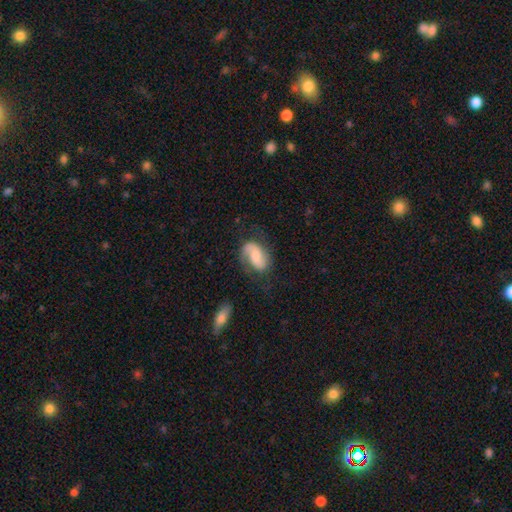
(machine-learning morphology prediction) A featured or disk galaxy (64%) with no bar (49%), 2 (75%) medium (42%) spiral arms (92%) and a moderate central bulge (38%).

Vote fractions:
- Smooth or featured? featured or disk: 64% / smooth: 29% / star or artifact: 7%
- Edge-on disk? no: 97% / yes: 3%
- Bar? no: 49% / weak: 39% / strong: 12%
- Spiral arms? yes: 92% / no: 8%
- Spiral winding? medium: 42% / loose: 41% / tight: 17%
- Spiral arm count? 2: 75% / 1: 17% / can't tell: 6% / 3: 1% / 4: 1% / more than 4: 1%
- Bulge size? moderate: 38% / small: 32% / none: 15% / large: 12% / dominant: 2%
- Merging? none: 60% / minor disturbance: 23% / major disturbance: 14% / merger: 2%